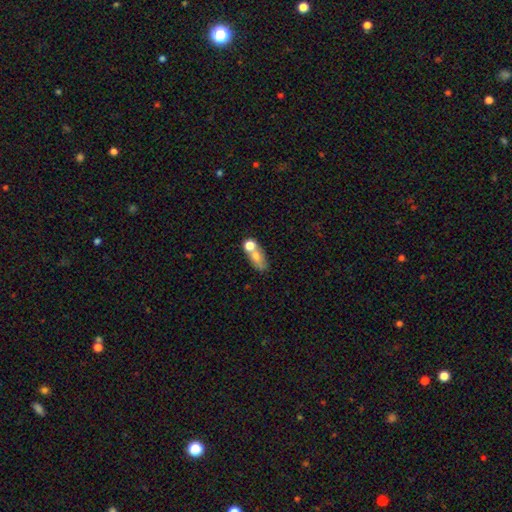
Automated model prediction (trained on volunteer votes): Smooth or featured: smooth — 66% (featured or disk — 22%)
How rounded: in between — 67% (round — 23%)
Merging: merger — 42% (none — 35%)